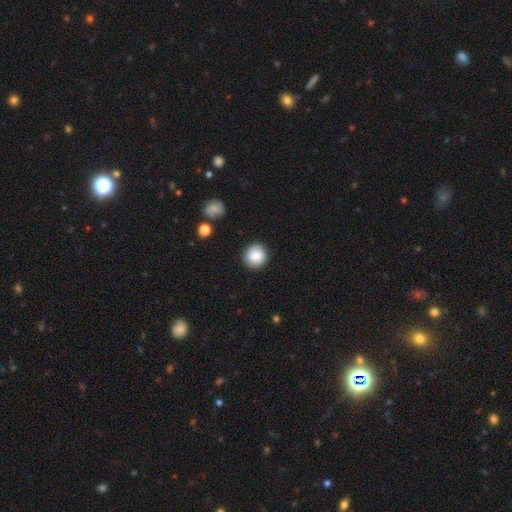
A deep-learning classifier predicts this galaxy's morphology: smooth-or-featured: smooth: 83% | featured or disk: 9% | star or artifact: 8%
  how-rounded: round: 91% | in between: 8% | cigar-shaped: 1%
  merging: none: 88% | minor disturbance: 8% | major disturbance: 2% | merger: 1%